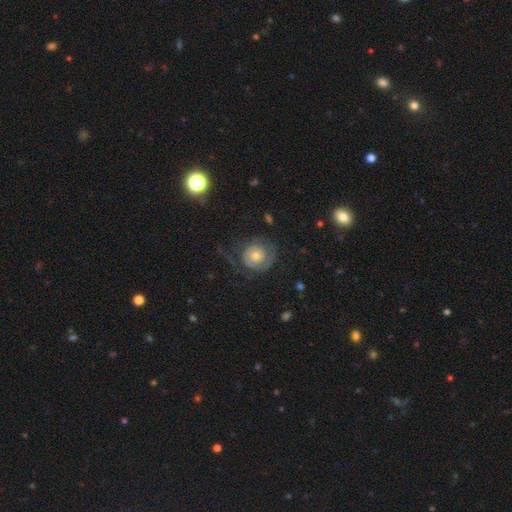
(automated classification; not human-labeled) A featured or disk galaxy (60%) with no bar (83%), spiral arms (75%) and a moderate central bulge (56%). Merging: none (58%).